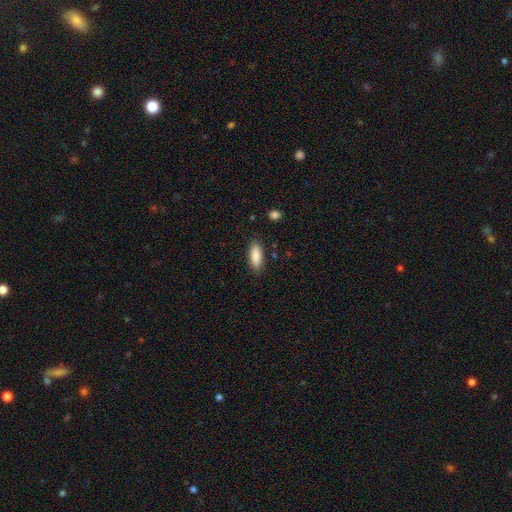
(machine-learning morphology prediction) This is clearly a smooth galaxy (86%). How rounded: likely in between (70%). Merging: clearly none (85%).